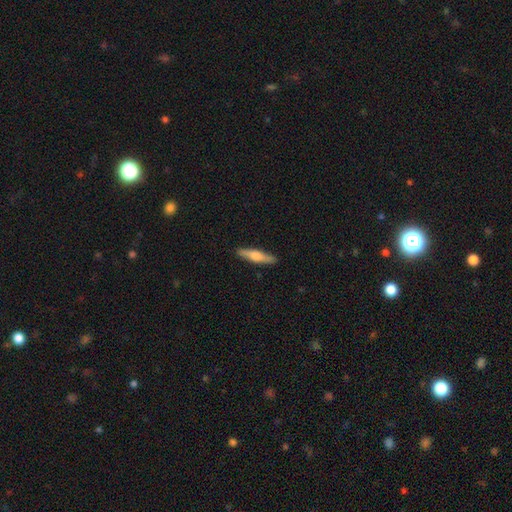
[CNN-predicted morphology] This appears to be a smooth galaxy with no disk features (51%) that is cigar-shaped (81%). Merging: none (91%).